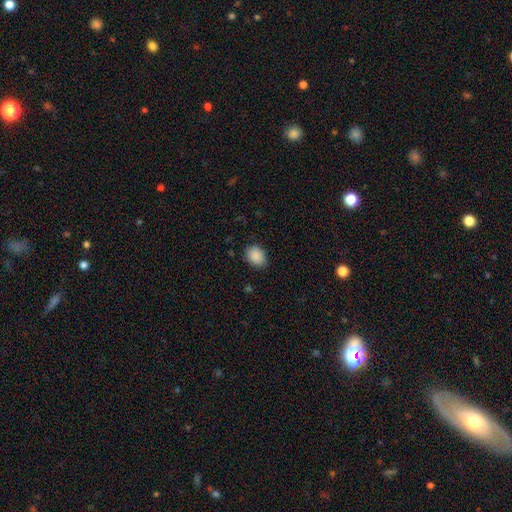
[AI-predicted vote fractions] smooth-or-featured: smooth: 89% | star or artifact: 8% | featured or disk: 3%
  how-rounded: in between: 64% | round: 35% | cigar-shaped: 1%
  merging: none: 80% | minor disturbance: 16% | major disturbance: 3% | merger: 1%